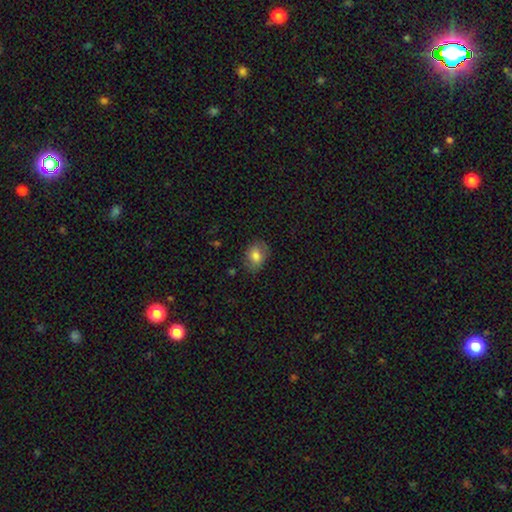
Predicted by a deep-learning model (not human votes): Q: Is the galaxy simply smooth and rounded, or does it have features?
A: smooth — 78%.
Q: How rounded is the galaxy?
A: in between — 65%.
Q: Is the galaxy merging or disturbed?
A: none — 77%.